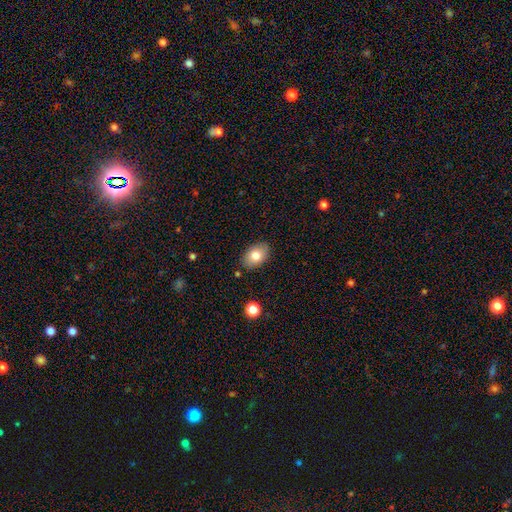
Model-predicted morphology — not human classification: The model was most divided on "smooth or featured": smooth: 80%, featured or disk: 12%, star or artifact: 8%. More confident: how rounded — in between (86%); merging — none (85%).